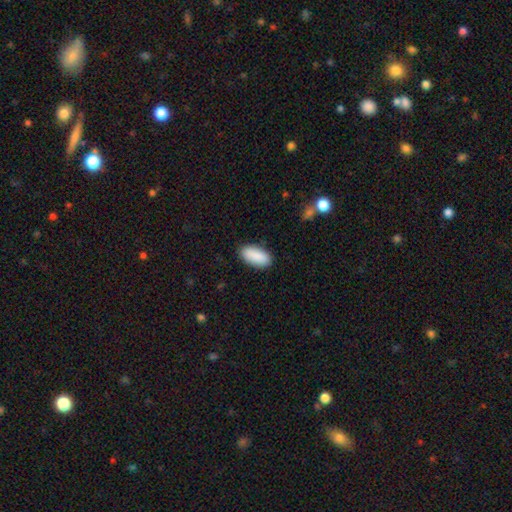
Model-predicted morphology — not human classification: Smooth or featured?
  - smooth: 90% *
  - star or artifact: 6%
  - featured or disk: 4%
How rounded?
  - in between: 90% *
  - cigar-shaped: 8%
  - round: 2%
Merging?
  - none: 88% *
  - minor disturbance: 9%
  - major disturbance: 2%
  - merger: 1%